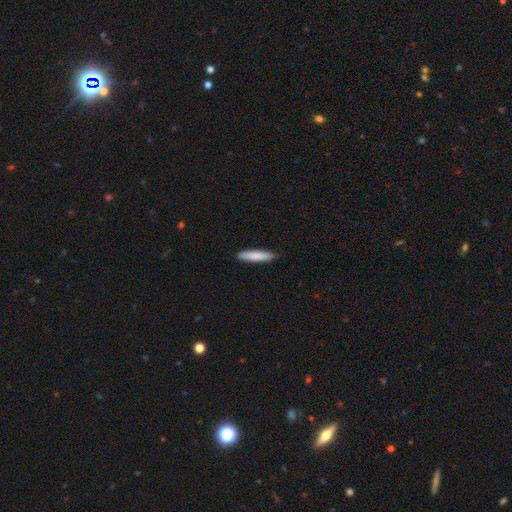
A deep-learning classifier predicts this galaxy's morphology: Overall: smooth (84%). How rounded: cigar-shaped (87%). Merging: none (90%).